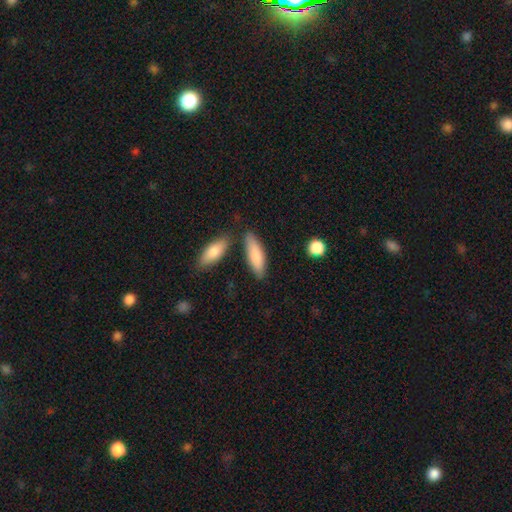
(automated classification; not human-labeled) This appears to be a smooth galaxy with no disk features (82%) that is in between round and cigar-shaped (56%). Merging: none (73%).